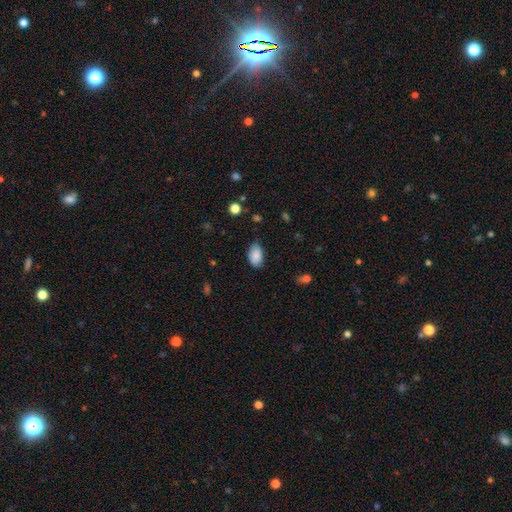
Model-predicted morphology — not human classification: The model was most divided on "merging": none: 70%, minor disturbance: 25%, major disturbance: 4%, merger: 1%. More confident: how rounded — in between (93%); smooth or featured — smooth (86%).